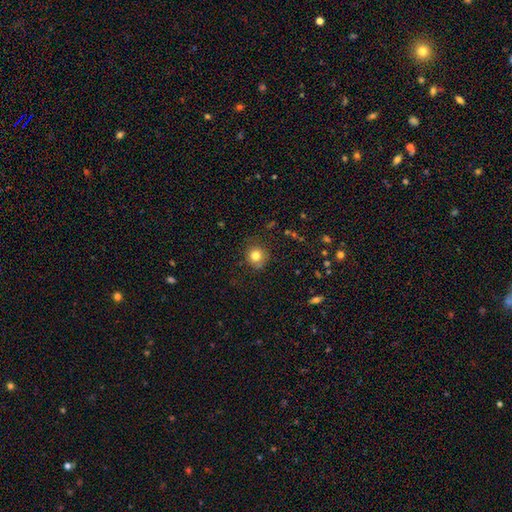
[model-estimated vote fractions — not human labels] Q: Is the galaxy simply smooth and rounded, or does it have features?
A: smooth — 80%.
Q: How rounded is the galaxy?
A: round — 87%.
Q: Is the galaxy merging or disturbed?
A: none — 78%.